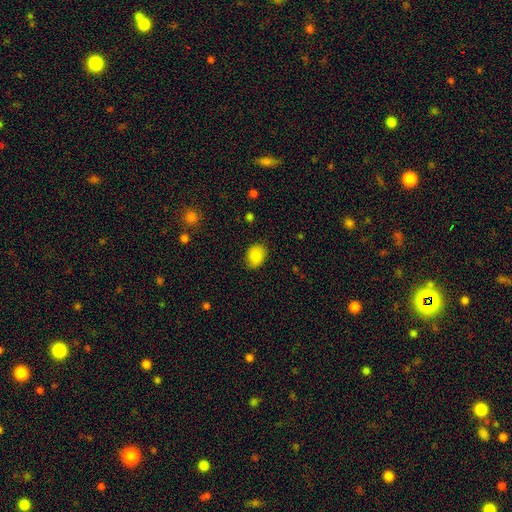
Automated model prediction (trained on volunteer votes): Smooth or featured: smooth — 86% (star or artifact — 8%)
How rounded: in between — 62% (round — 37%)
Merging: none — 82% (minor disturbance — 14%)